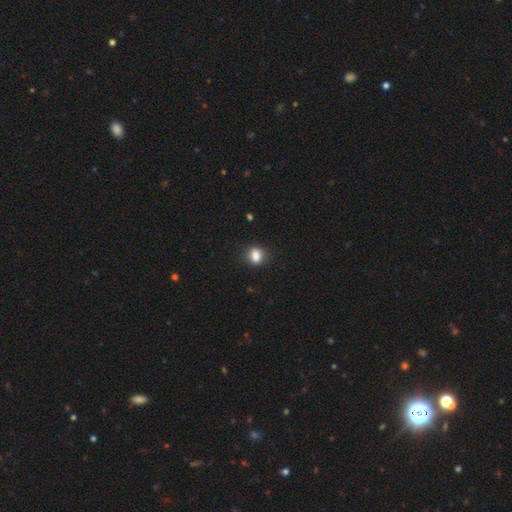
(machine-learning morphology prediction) Q: Smooth or featured?
A: smooth (83%); runner-up: star or artifact (10%)
Q: How rounded?
A: in between (49%); tied with: round (49%)
Q: Merging?
A: none (82%); runner-up: minor disturbance (13%)